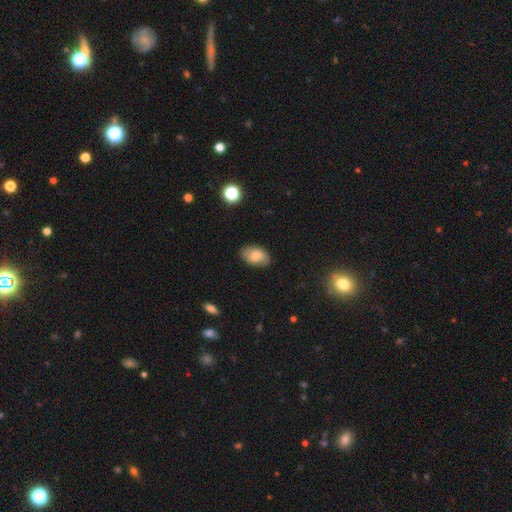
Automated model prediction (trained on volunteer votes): A smooth galaxy with no disk features (78%) that is in between round and cigar-shaped (92%).

Vote fractions:
- Smooth or featured? smooth: 78% / featured or disk: 14% / star or artifact: 8%
- How rounded? in between: 92% / round: 6% / cigar-shaped: 1%
- Merging? none: 83% / minor disturbance: 13% / major disturbance: 3% / merger: 1%